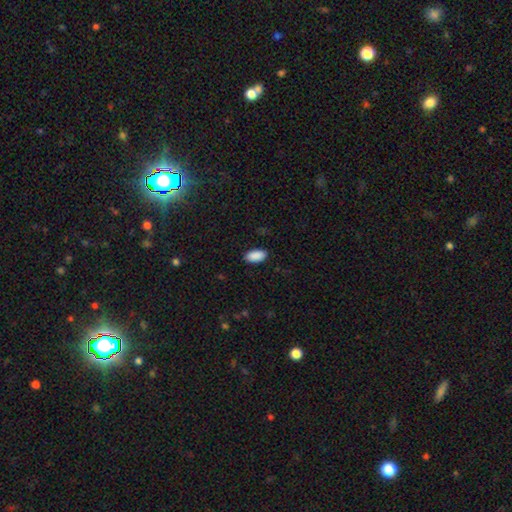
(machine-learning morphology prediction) This appears to be a smooth galaxy with no disk features (90%) that is in between round and cigar-shaped (94%). Merging: none (89%).